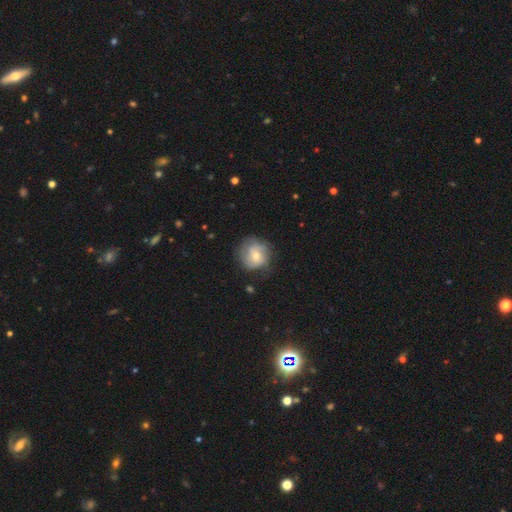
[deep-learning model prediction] Morphology: type=smooth (48%); merging=none (65%).